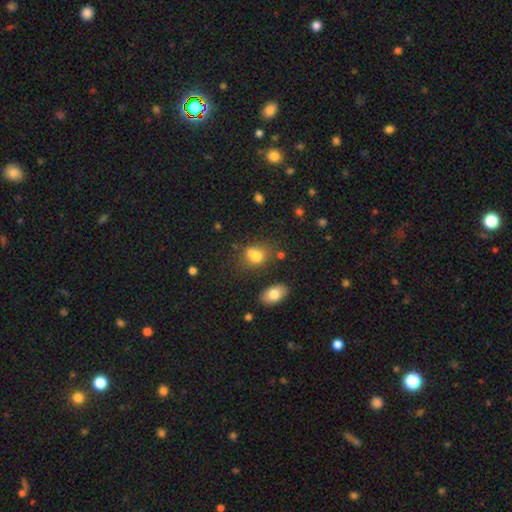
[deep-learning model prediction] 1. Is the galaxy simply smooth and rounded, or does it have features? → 74% smooth, 14% star or artifact, 13% featured or disk.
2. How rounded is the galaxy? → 50% in between, 49% round, 1% cigar-shaped.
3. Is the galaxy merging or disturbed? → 43% none, 35% merger, 15% minor disturbance, 7% major disturbance.